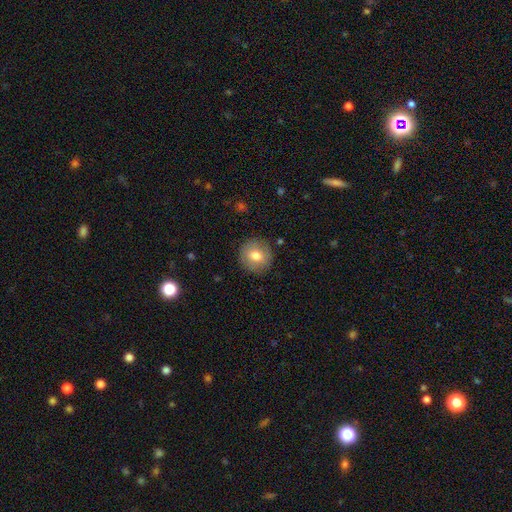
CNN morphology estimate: Smooth or featured? smooth (73%)
How rounded? round (91%)
Merging? none (88%)